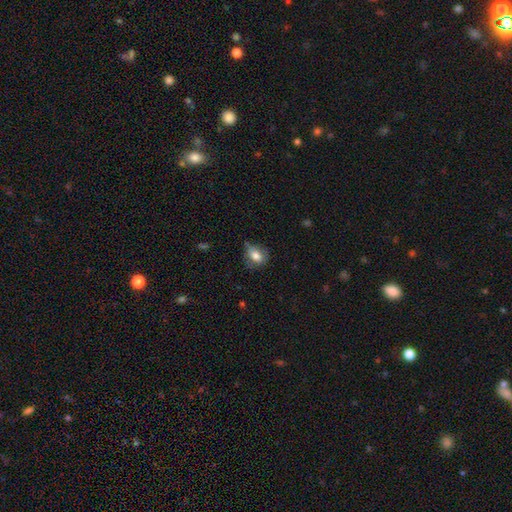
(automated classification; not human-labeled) This appears to be a smooth galaxy with no disk features (74%) that is in between round and cigar-shaped (59%). Merging: none (50%).